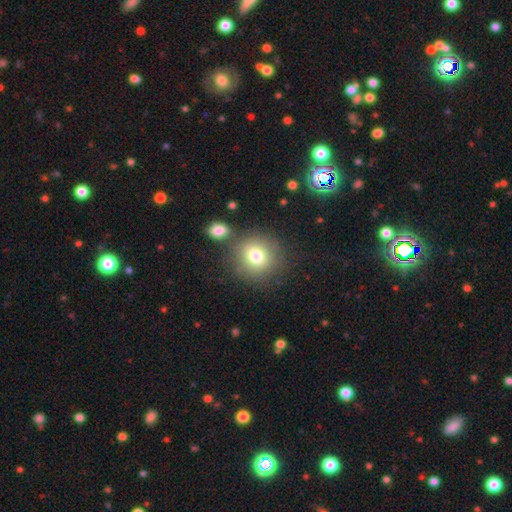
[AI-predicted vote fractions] The model was most divided on "merging": none: 71%, merger: 13%, minor disturbance: 11%, major disturbance: 5%. More confident: how rounded — round (87%); smooth or featured — smooth (76%).